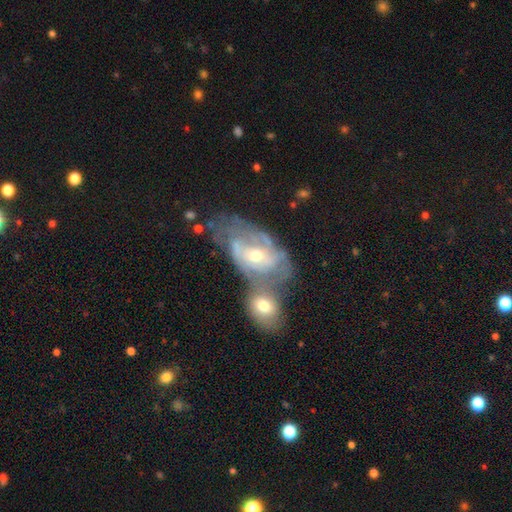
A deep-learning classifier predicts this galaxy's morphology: Q: Smooth or featured?
A: featured or disk (77%); runner-up: smooth (16%)
Q: Edge-on disk?
A: no (94%); runner-up: yes (6%)
Q: Bar?
A: no (51%); runner-up: weak (36%)
Q: Spiral arms?
A: yes (82%); runner-up: no (18%)
Q: Spiral winding?
A: tight (55%); runner-up: medium (34%)
Q: Spiral arm count?
A: can't tell (46%); runner-up: 2 (35%)
Q: Bulge size?
A: moderate (58%); runner-up: small (37%)
Q: Merging?
A: merger (52%); runner-up: none (25%)